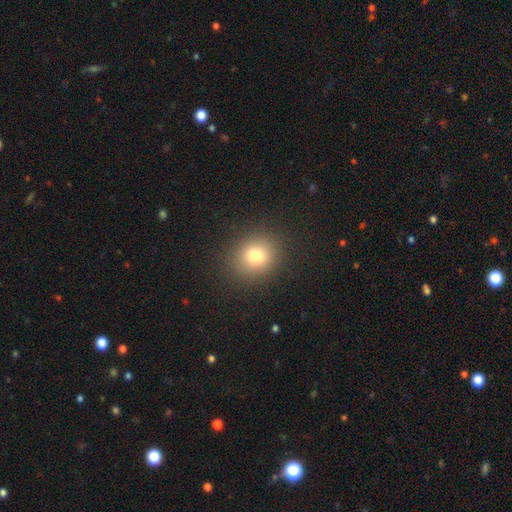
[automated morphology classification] Smooth or featured? smooth (78%)
How rounded? round (77%)
Merging? none (89%)